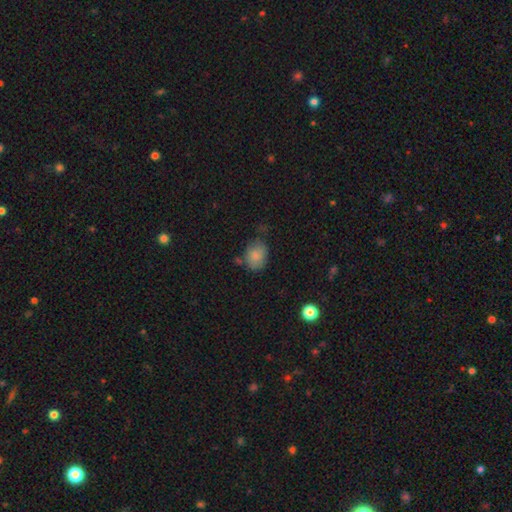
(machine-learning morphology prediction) The model was most divided on "how rounded": in between: 62%, round: 37%, cigar-shaped: 1%. More confident: smooth or featured — smooth (82%); merging — none (59%).